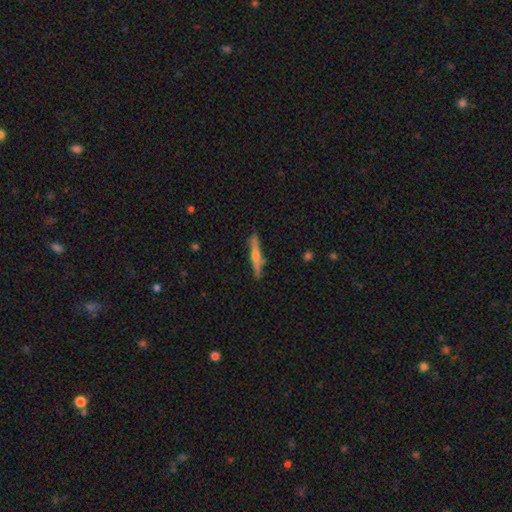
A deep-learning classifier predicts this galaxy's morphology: A featured or disk galaxy (59%) viewed edge-on (96%) with a rounded central bulge (81%). Merging: none (86%).